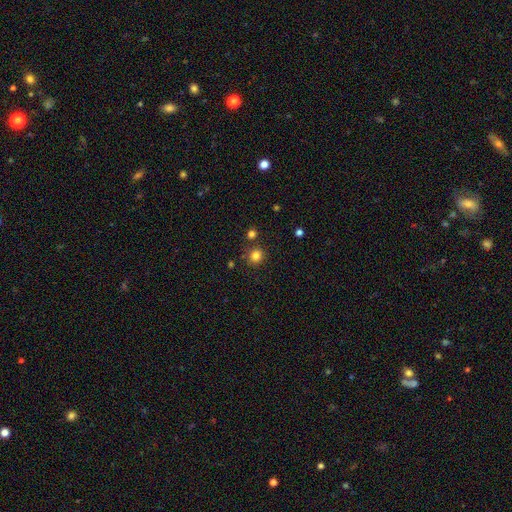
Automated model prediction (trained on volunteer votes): smooth-or-featured: smooth: 82% | star or artifact: 14% | featured or disk: 5%
  how-rounded: round: 90% | in between: 9% | cigar-shaped: 1%
  merging: none: 83% | minor disturbance: 8% | merger: 6% | major disturbance: 3%